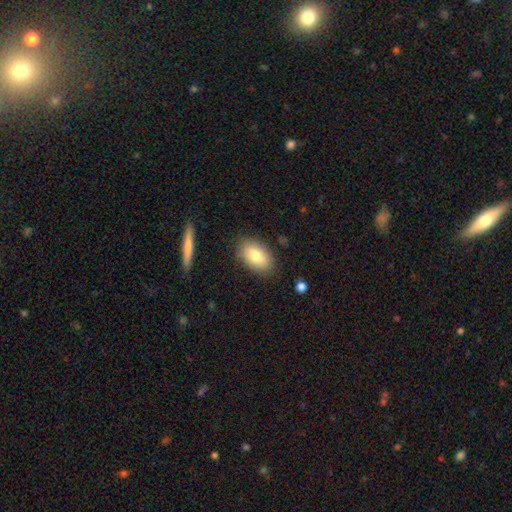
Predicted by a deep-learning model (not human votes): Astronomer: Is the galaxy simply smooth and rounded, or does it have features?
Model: smooth — 81%.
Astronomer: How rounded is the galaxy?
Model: in between — 92%.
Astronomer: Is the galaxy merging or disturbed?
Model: none — 84%.